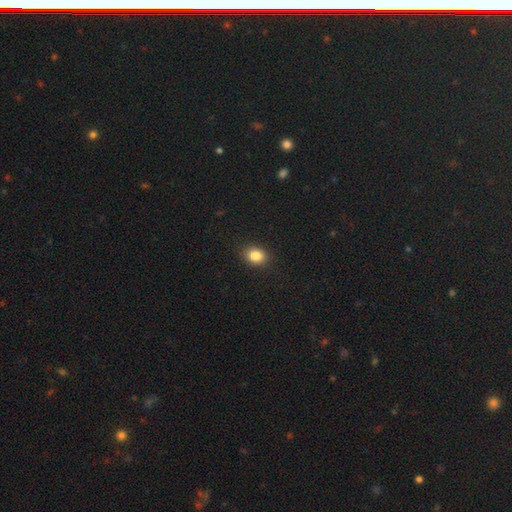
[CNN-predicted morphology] This appears to be a smooth galaxy with no disk features (85%) that is in between round and cigar-shaped (55%). Merging: none (87%).